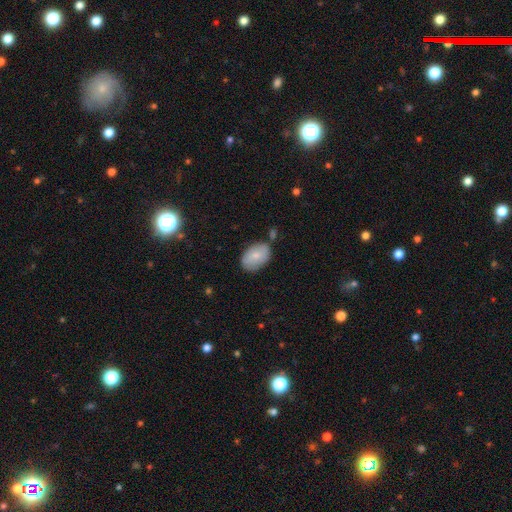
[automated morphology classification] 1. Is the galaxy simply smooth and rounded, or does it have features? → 78% smooth, 16% featured or disk, 6% star or artifact.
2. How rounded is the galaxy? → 87% in between, 11% round, 1% cigar-shaped.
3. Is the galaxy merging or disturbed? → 73% none, 18% minor disturbance, 5% merger, 4% major disturbance.